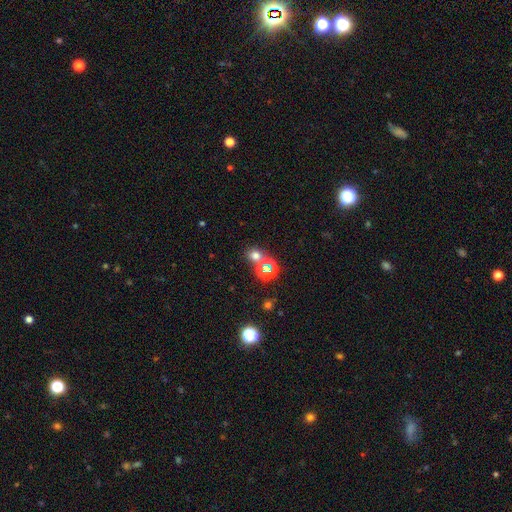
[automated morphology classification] A smooth galaxy with no disk features (58%) that is round (77%).

Vote fractions:
- Smooth or featured? smooth: 58% / star or artifact: 35% / featured or disk: 7%
- How rounded? round: 77% / in between: 22% / cigar-shaped: 1%
- Merging? none: 70% / merger: 19% / minor disturbance: 8% / major disturbance: 3%